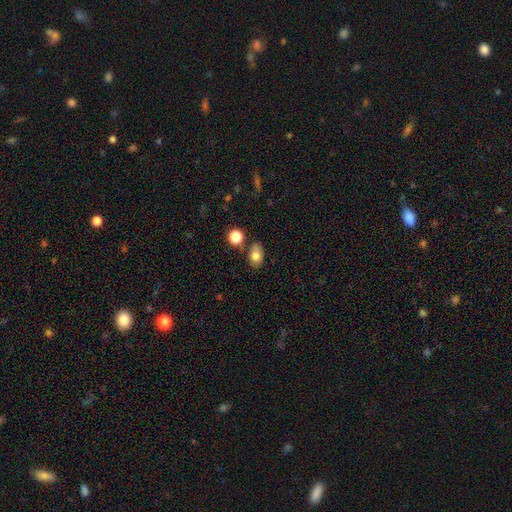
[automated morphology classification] smooth-or-featured: smooth: 80% | featured or disk: 10% | star or artifact: 10%
  how-rounded: in between: 78% | round: 20% | cigar-shaped: 2%
  merging: none: 71% | minor disturbance: 17% | merger: 8% | major disturbance: 4%